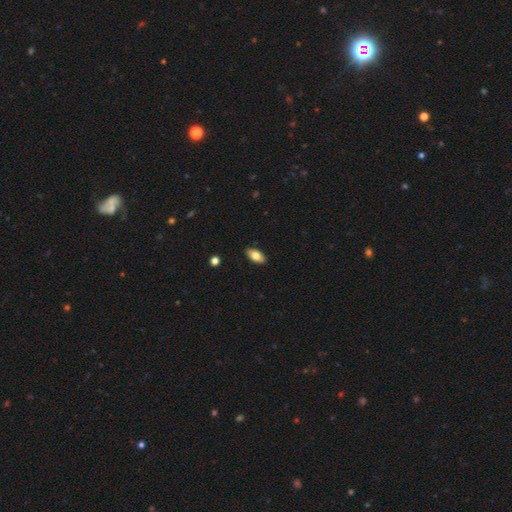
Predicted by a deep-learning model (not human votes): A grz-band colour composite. It shows a smooth galaxy with no disk features (79%) that is in between round and cigar-shaped (91%). Merging: none (89%).